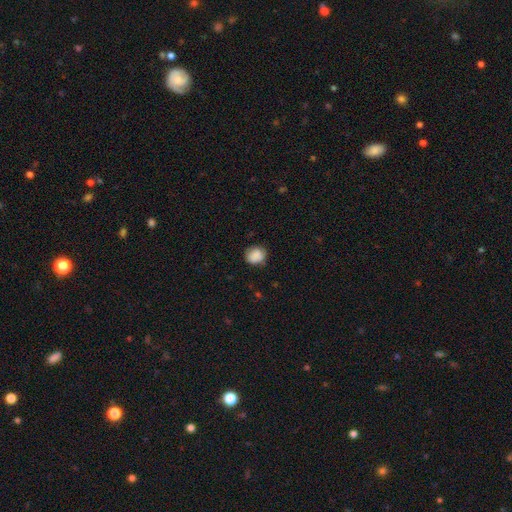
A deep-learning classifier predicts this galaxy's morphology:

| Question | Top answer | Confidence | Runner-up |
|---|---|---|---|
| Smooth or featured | smooth | 86% | star or artifact (8%) |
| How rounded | round | 74% | in between (25%) |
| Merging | none | 76% | minor disturbance (18%) |